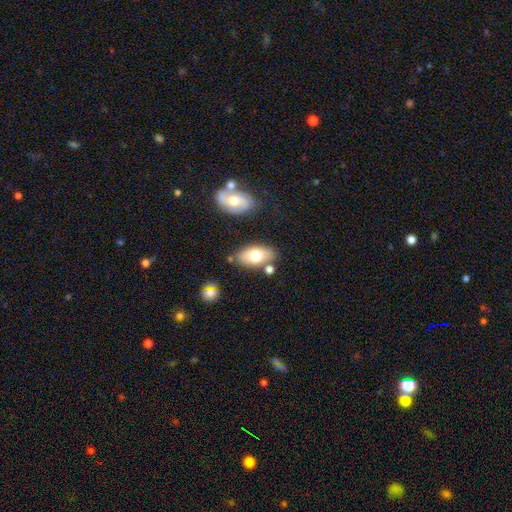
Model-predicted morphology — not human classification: Smooth or featured: smooth — 69% (featured or disk — 24%)
How rounded: in between — 92% (round — 5%)
Merging: none — 72% (minor disturbance — 14%)